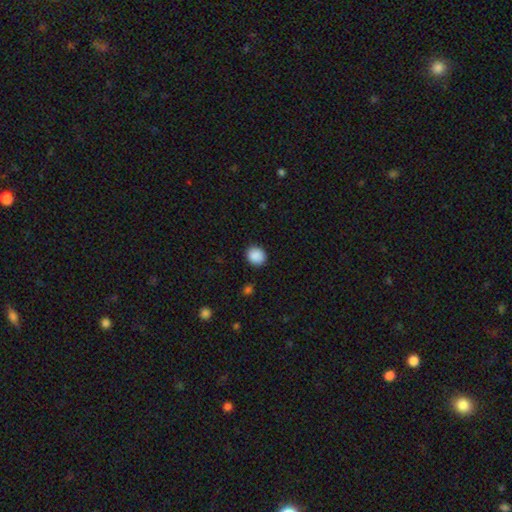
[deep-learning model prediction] Q: Smooth or featured?
A: smooth (89%); runner-up: star or artifact (9%)
Q: How rounded?
A: round (74%); runner-up: in between (25%)
Q: Merging?
A: none (89%); runner-up: minor disturbance (7%)